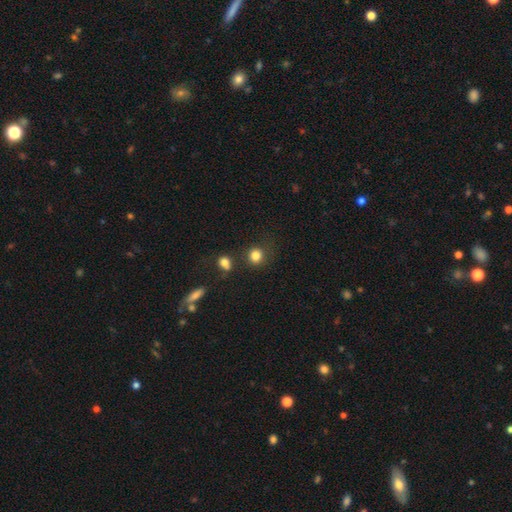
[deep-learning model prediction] Overall: smooth (83%). How rounded: round (85%). Merging: none (75%).